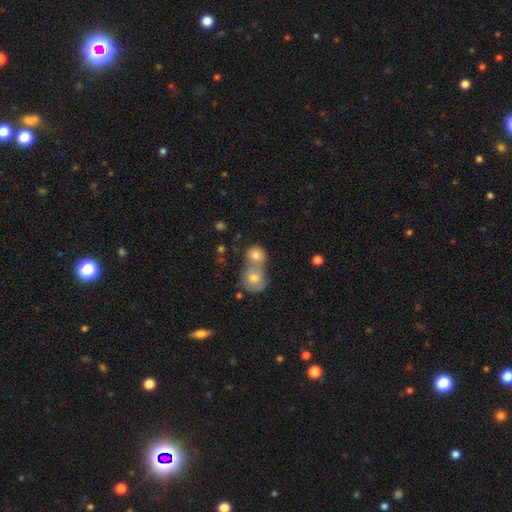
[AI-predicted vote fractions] A smooth galaxy with no disk features (79%) that is round (81%).

Vote fractions:
- Smooth or featured? smooth: 79% / featured or disk: 11% / star or artifact: 9%
- How rounded? round: 81% / in between: 18% / cigar-shaped: 1%
- Merging? merger: 64% / none: 28% / minor disturbance: 6% / major disturbance: 2%